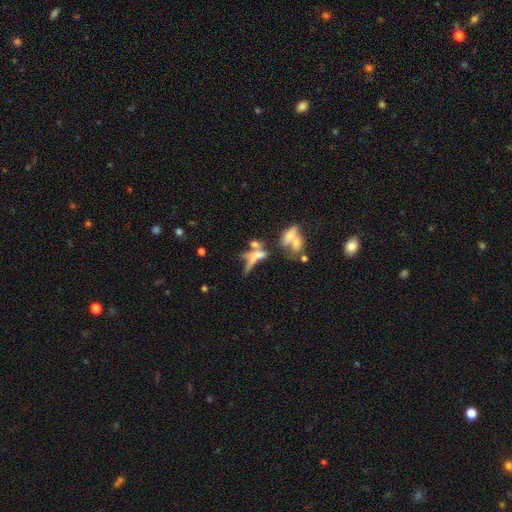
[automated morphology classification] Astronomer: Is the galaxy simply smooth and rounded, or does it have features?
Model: smooth — 43% (runner-up: featured or disk, 41%).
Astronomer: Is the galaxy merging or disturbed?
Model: merger — 46% (runner-up: none, 23%).